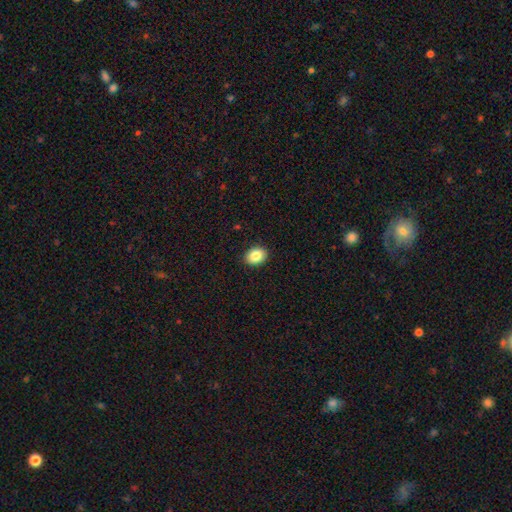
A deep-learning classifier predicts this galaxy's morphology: smooth 86%, star or artifact 8%, featured or disk 5%. Down the decision tree: how rounded — in between (62%); merging — none (91%).